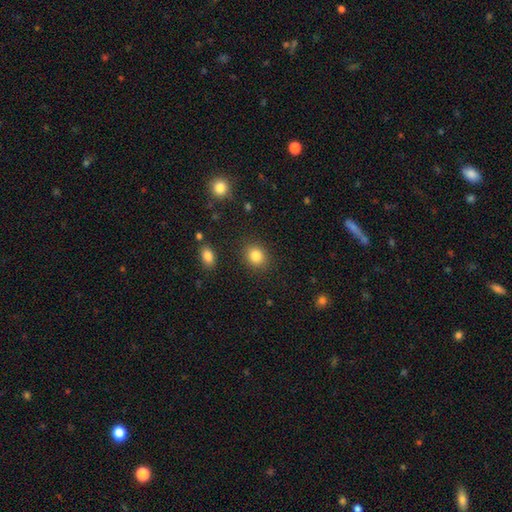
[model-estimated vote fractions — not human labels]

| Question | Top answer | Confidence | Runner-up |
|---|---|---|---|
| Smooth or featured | smooth | 85% | star or artifact (10%) |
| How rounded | round | 65% | in between (34%) |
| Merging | none | 87% | minor disturbance (8%) |